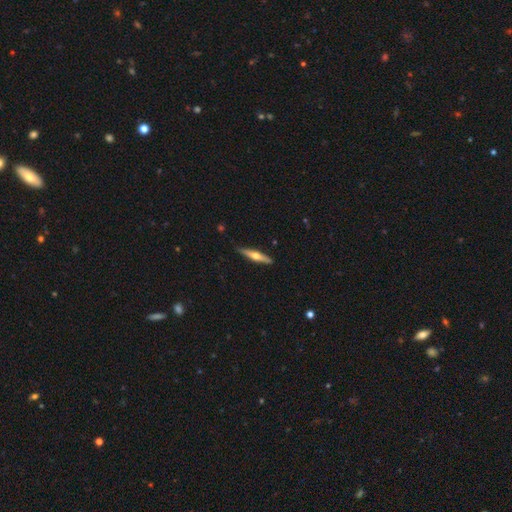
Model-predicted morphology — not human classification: A featured or disk galaxy (56%) viewed edge-on (95%) with a rounded central bulge (92%). Merging: none (88%).